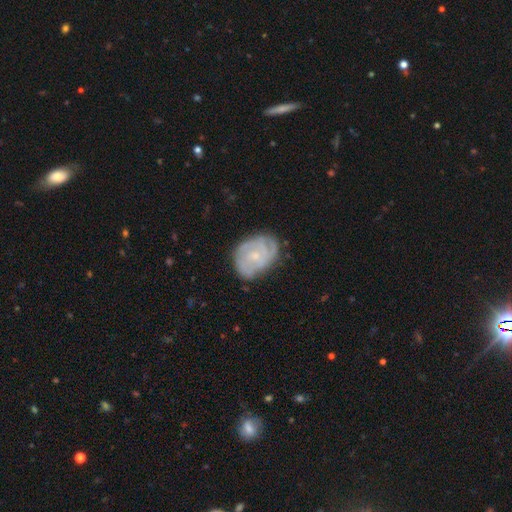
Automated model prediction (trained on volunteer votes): This appears to be a featured or disk galaxy (72%) with no bar (69%), tight (60%) spiral arms (89%) and a small central bulge (65%). Merging: none (68%).